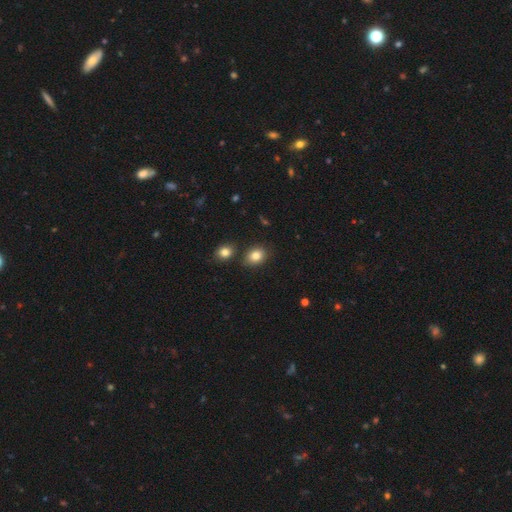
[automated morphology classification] type=smooth (83%); roundness=in between (56%); merging=none (79%).